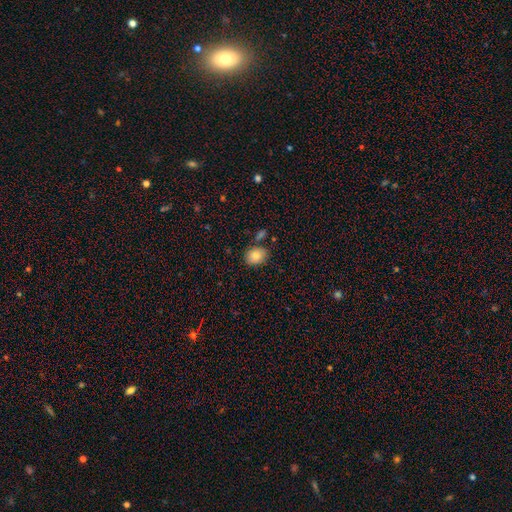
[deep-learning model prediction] Q: Smooth or featured?
A: smooth (83%); runner-up: featured or disk (9%)
Q: How rounded?
A: in between (63%); runner-up: round (36%)
Q: Merging?
A: none (76%); runner-up: minor disturbance (13%)